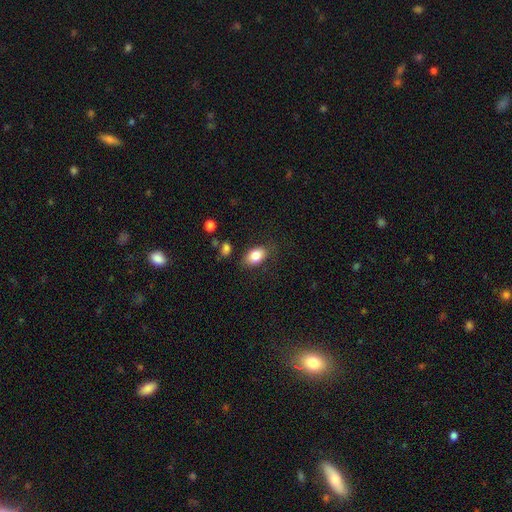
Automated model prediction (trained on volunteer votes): smooth-or-featured: smooth: 82% | featured or disk: 10% | star or artifact: 8%
  how-rounded: in between: 89% | round: 9% | cigar-shaped: 2%
  merging: none: 79% | minor disturbance: 14% | major disturbance: 4% | merger: 2%